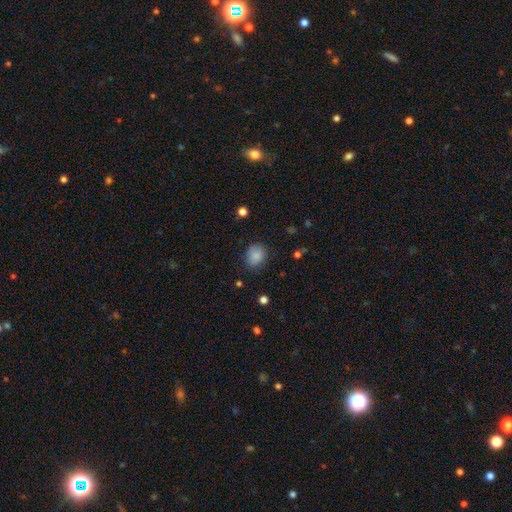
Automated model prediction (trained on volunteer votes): Smooth or featured?
  - smooth: 85% *
  - star or artifact: 9%
  - featured or disk: 6%
How rounded?
  - round: 55% *
  - in between: 44%
  - cigar-shaped: 1%
Merging?
  - none: 76% *
  - minor disturbance: 19%
  - major disturbance: 4%
  - merger: 1%